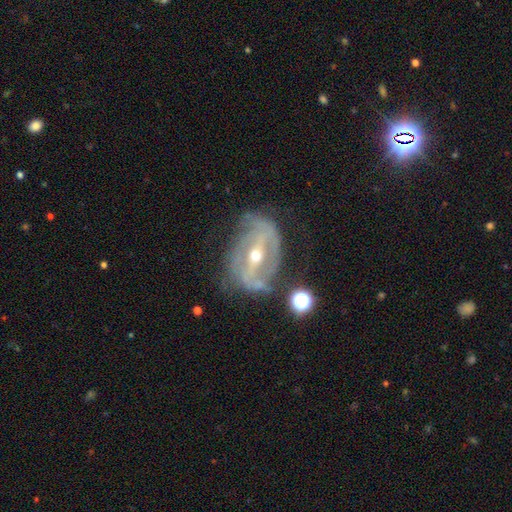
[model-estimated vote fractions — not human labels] featured or disk 86%, smooth 7%, star or artifact 7%. Down the decision tree: edge-on disk — no (94%); bar — strong (60%); spiral arms — yes (85%); spiral arm count — 2 (64%); spiral winding — medium (41%); bulge size — moderate (49%); merging — none (59%).